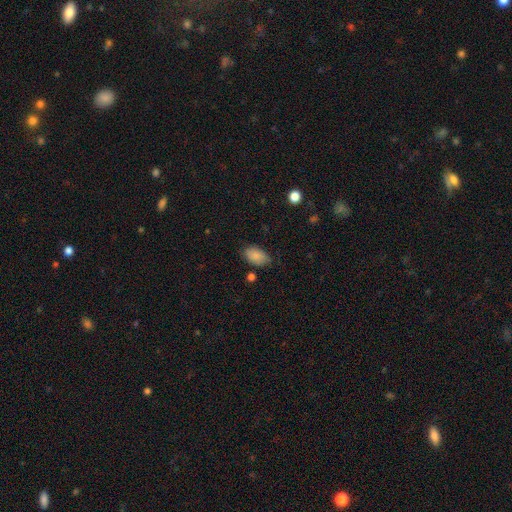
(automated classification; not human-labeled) Smooth or featured?
  - smooth: 87% *
  - star or artifact: 7%
  - featured or disk: 6%
How rounded?
  - in between: 92% *
  - round: 6%
  - cigar-shaped: 2%
Merging?
  - none: 75% *
  - minor disturbance: 18%
  - major disturbance: 4%
  - merger: 2%